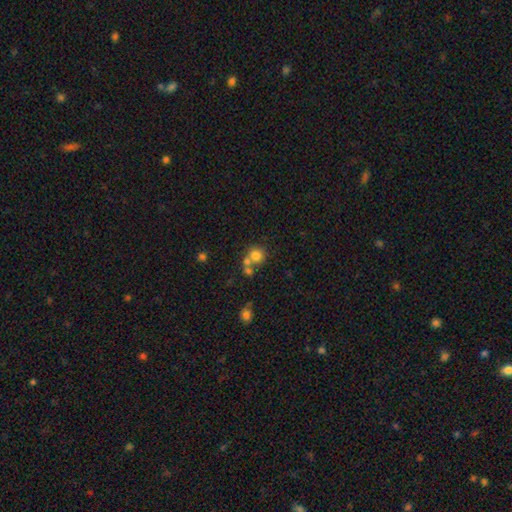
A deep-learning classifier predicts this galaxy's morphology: smooth-or-featured: smooth: 75% | star or artifact: 13% | featured or disk: 12%
  how-rounded: round: 85% | in between: 14% | cigar-shaped: 1%
  merging: none: 47% | merger: 40% | minor disturbance: 9% | major disturbance: 4%